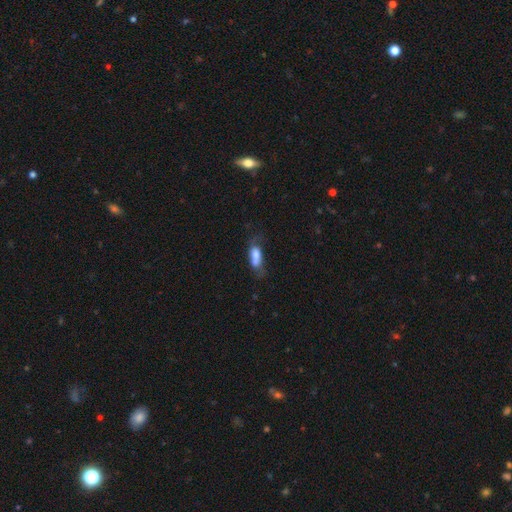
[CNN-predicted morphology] A smooth galaxy with no disk features (64%) that is in between round and cigar-shaped (79%). Merging: merger (33%).